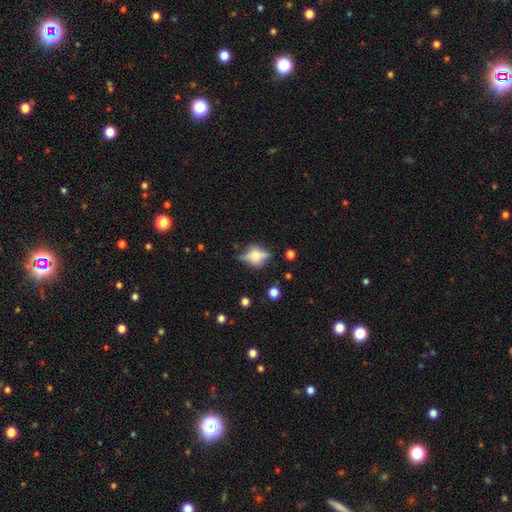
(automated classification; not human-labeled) A featured or disk galaxy (47%). Merging: none (65%).